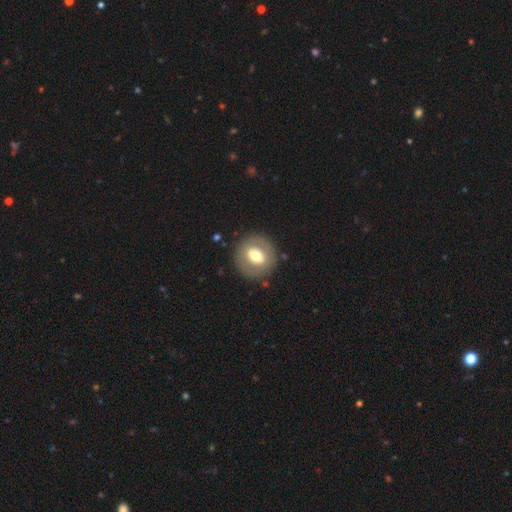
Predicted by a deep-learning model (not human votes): smooth 56%, featured or disk 37%, star or artifact 7%. Down the decision tree: how rounded — round (83%); merging — none (85%).